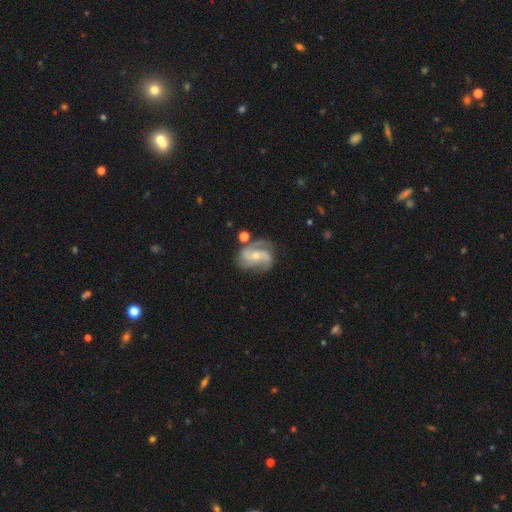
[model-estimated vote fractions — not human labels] This appears to be a featured or disk galaxy (85%) with no bar (51%), 2 (49%) medium (51%) spiral arms (96%) and a small central bulge (58%). Merging: none (61%).